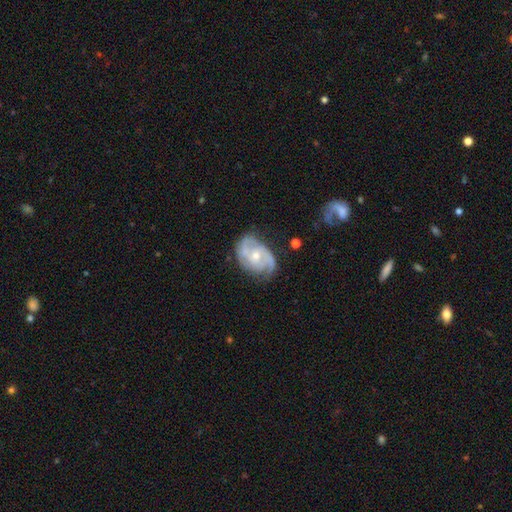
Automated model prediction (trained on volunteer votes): Smooth or featured? featured or disk (84%)
Edge-on disk? no (97%)
Bar? no (57%)
Spiral arms? yes (94%)
Spiral winding? medium (46%)
Spiral arm count? 2 (56%)
Bulge size? moderate (50%)
Merging? none (64%)